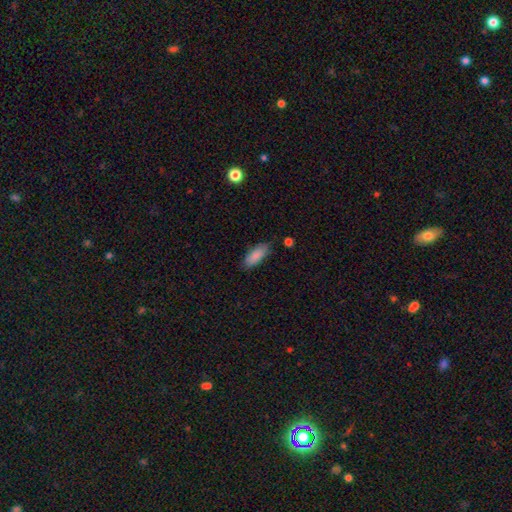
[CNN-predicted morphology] smooth 86%, featured or disk 8%, star or artifact 6%. Down the decision tree: how rounded — in between (76%); merging — none (79%).